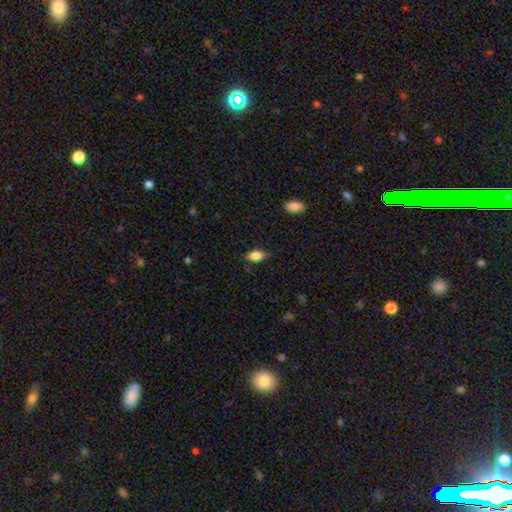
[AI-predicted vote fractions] Smooth or featured: smooth — 75% (featured or disk — 18%)
How rounded: in between — 84% (cigar-shaped — 10%)
Merging: none — 78% (minor disturbance — 18%)